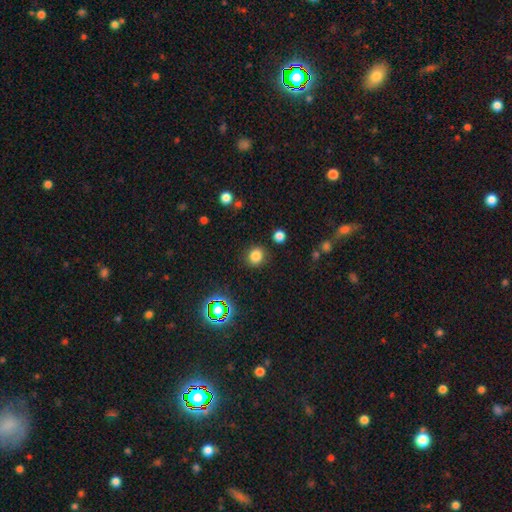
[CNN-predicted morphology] type=smooth (79%); roundness=round (80%); merging=none (86%).